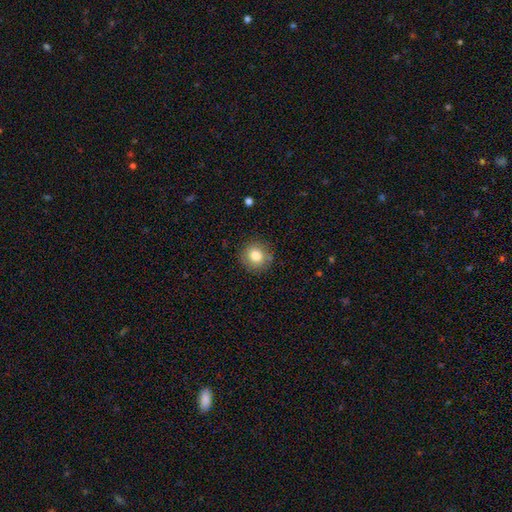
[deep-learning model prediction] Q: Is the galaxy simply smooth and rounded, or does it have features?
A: smooth — 81%.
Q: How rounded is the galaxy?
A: round — 91%.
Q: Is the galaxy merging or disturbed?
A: none — 86%.